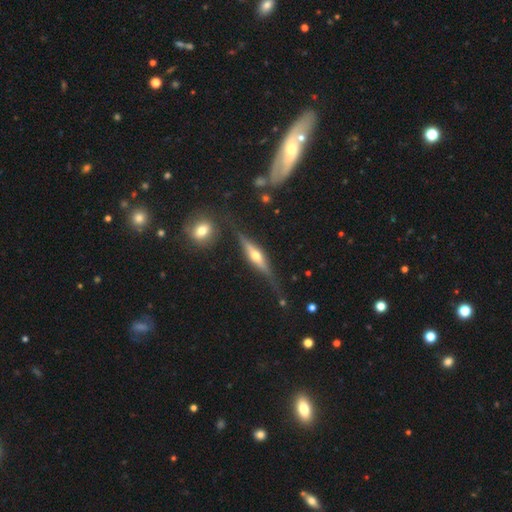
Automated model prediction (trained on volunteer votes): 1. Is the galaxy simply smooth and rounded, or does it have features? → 78% featured or disk, 16% smooth, 7% star or artifact.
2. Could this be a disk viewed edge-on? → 96% yes, 4% no.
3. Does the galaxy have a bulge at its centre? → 92% rounded, 5% boxy, 3% none.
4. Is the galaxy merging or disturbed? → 80% none, 13% minor disturbance, 4% major disturbance, 4% merger.